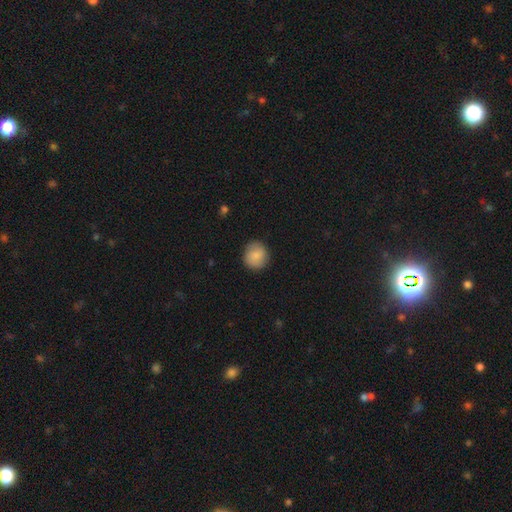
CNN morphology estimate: type=smooth (86%); roundness=round (87%); merging=none (88%).